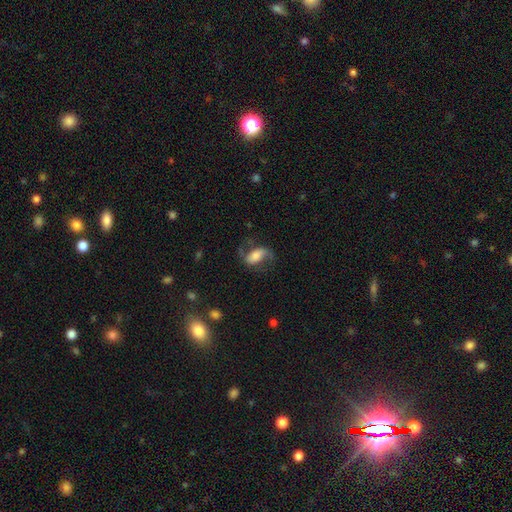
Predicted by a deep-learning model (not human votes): Smooth or featured? Predicted: featured or disk (p=0.67). Edge-on disk? Predicted: no (p=0.96). Bar? Predicted: weak (p=0.35). Spiral arms? Predicted: yes (p=0.92). Spiral winding? Predicted: loose (p=0.57). Spiral arm count? Predicted: 2 (p=0.88). Bulge size? Predicted: moderate (p=0.33). Merging? Predicted: none (p=0.63).